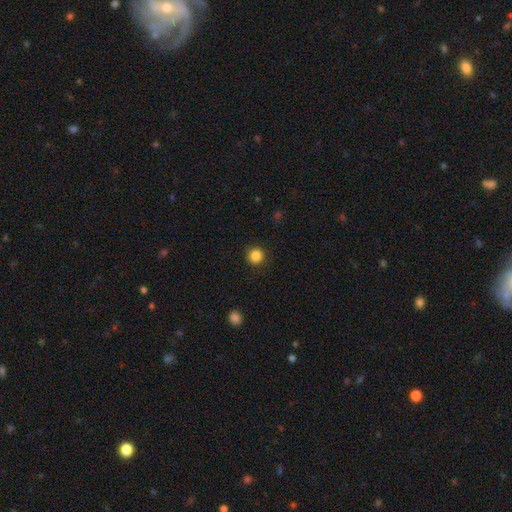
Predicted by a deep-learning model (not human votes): smooth 85%, star or artifact 11%, featured or disk 4%. Down the decision tree: how rounded — round (94%); merging — none (91%).